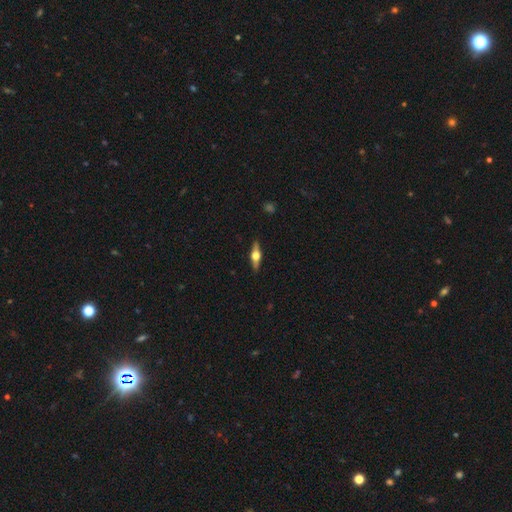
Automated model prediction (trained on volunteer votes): featured or disk 70%, smooth 24%, star or artifact 6%. Down the decision tree: edge-on disk — yes (96%); edge-on bulge — rounded (95%); merging — none (90%).